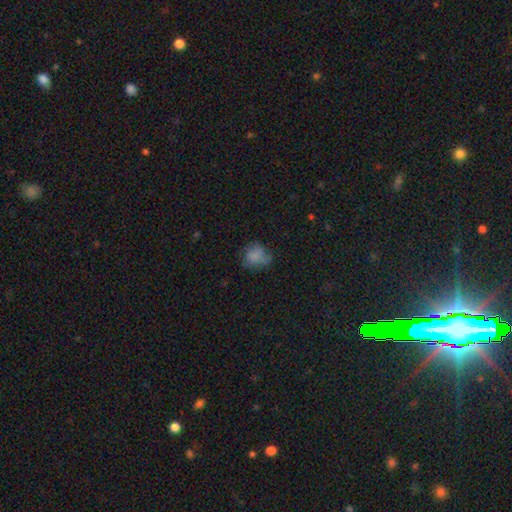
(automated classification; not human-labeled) Smooth or featured: smooth — 71% (featured or disk — 17%)
How rounded: round — 67% (in between — 32%)
Merging: none — 57% (minor disturbance — 26%)